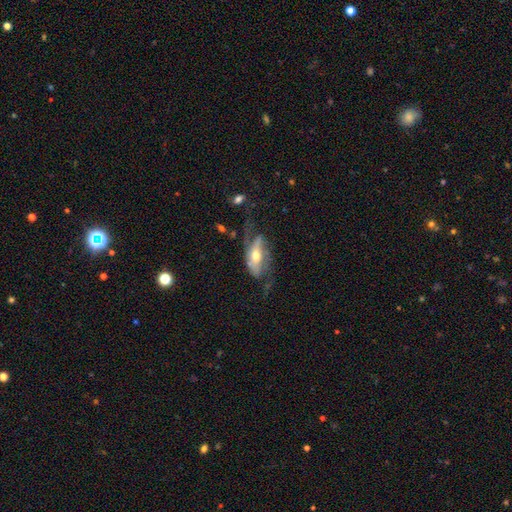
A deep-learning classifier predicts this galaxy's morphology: Smooth or featured: featured or disk — 73% (smooth — 21%)
Edge-on disk: no — 84% (yes — 16%)
Bar: no — 41% (strong — 30%)
Spiral arms: yes — 82% (no — 18%)
Spiral winding: loose — 63% (medium — 27%)
Spiral arm count: 2 — 79% (1 — 9%)
Bulge size: moderate — 68% (small — 23%)
Merging: none — 44% (major disturbance — 29%)